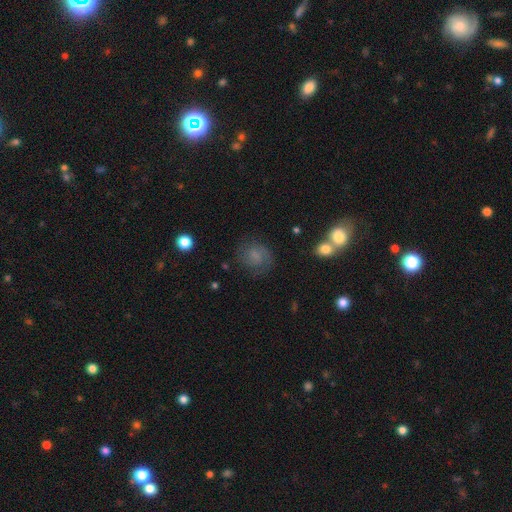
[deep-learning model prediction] Overall: smooth (50%; featured or disk 37%). How rounded: round (68%; in between 31%). Merging: none (71%).